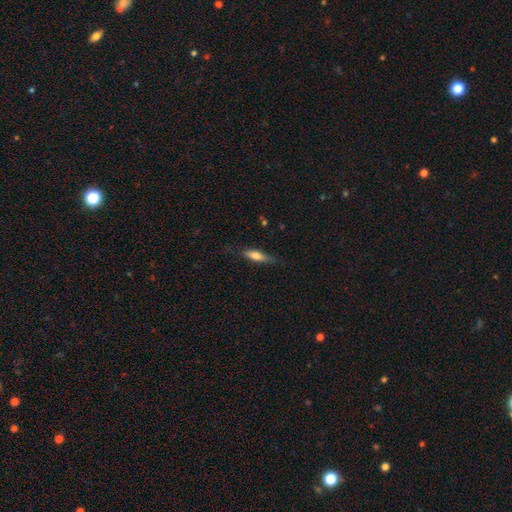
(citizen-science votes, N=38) Smooth or featured: smooth — 68% (featured or disk — 29%)
How rounded: cigar-shaped — 50% (in between — 46%)
Merging: none — 81% (minor disturbance — 14%)